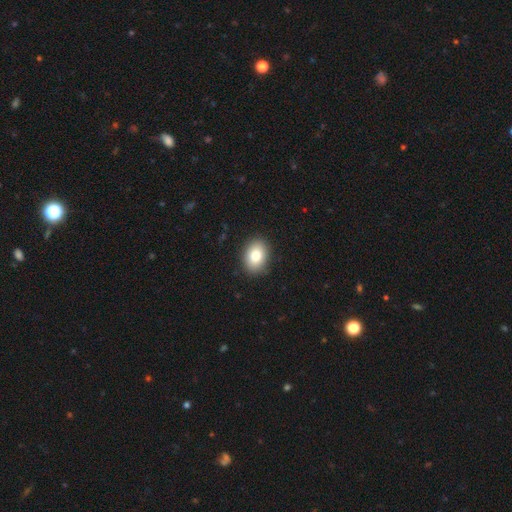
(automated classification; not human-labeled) Smooth or featured? smooth (82%)
How rounded? in between (70%)
Merging? none (90%)